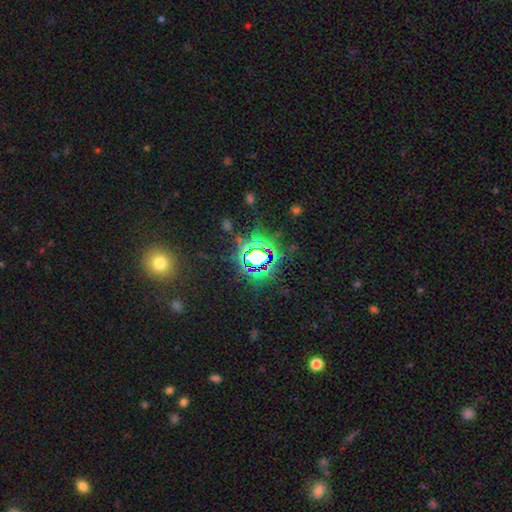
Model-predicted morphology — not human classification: Overall: star or artifact (81%).